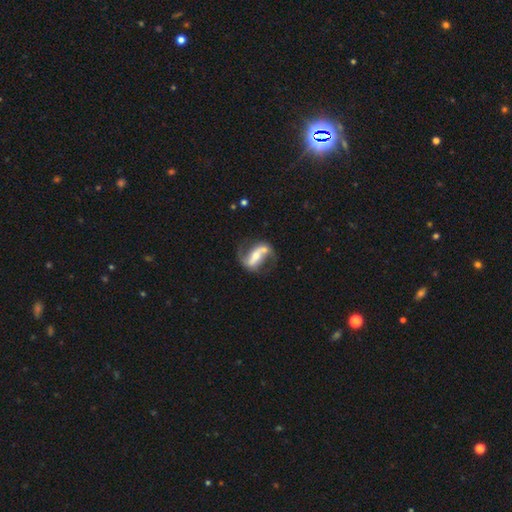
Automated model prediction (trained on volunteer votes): A featured or disk galaxy (83%) with a strong bar (60%), 2 (89%) loose (63%) spiral arms (90%) and a moderate central bulge (49%). Merging: none (62%).